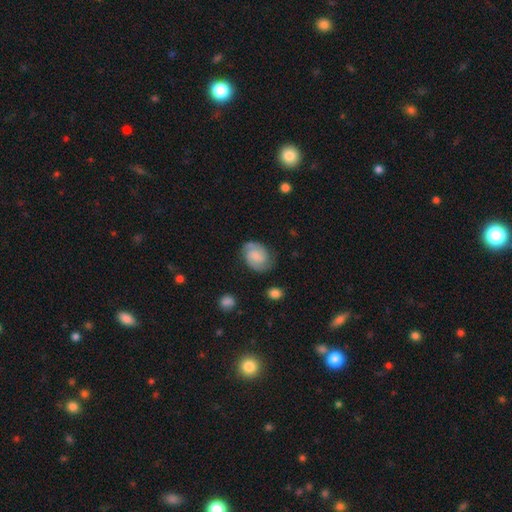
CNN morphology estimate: A featured or disk galaxy (64%) with no bar (52%), 2 (85%) tight (45%) spiral arms (94%) and no central bulge (41%). Merging: none (75%).